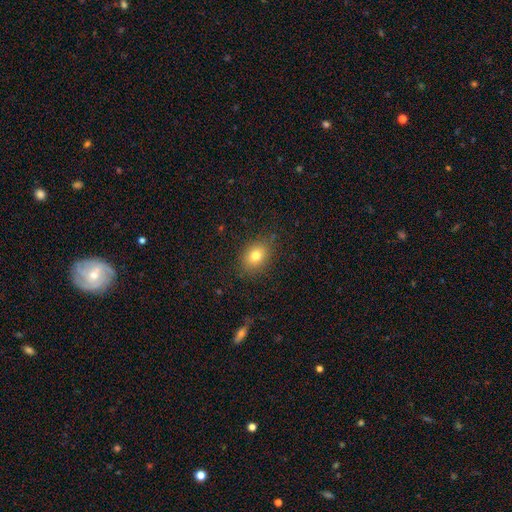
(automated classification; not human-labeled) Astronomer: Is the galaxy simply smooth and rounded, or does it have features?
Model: smooth — 78%.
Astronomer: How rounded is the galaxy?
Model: in between — 65%.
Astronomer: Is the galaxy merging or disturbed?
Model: none — 84%.